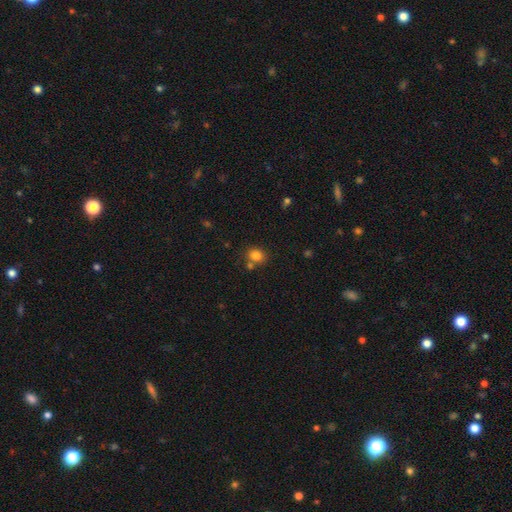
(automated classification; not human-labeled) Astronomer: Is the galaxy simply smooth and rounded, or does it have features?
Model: smooth — 82%.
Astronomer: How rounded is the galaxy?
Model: round — 63%.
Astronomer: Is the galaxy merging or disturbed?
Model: none — 67%.